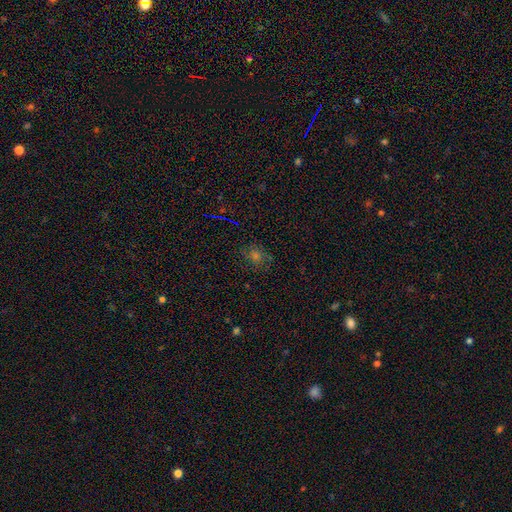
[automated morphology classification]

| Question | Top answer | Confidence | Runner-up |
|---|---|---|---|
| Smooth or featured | smooth | 47% | star or artifact (36%) |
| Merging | none | 80% | minor disturbance (13%) |